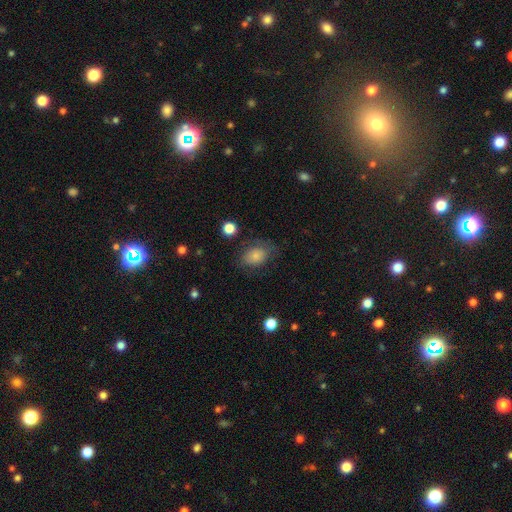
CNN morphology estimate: Smooth or featured: smooth — 79% (featured or disk — 12%)
How rounded: in between — 73% (round — 26%)
Merging: none — 67% (minor disturbance — 21%)